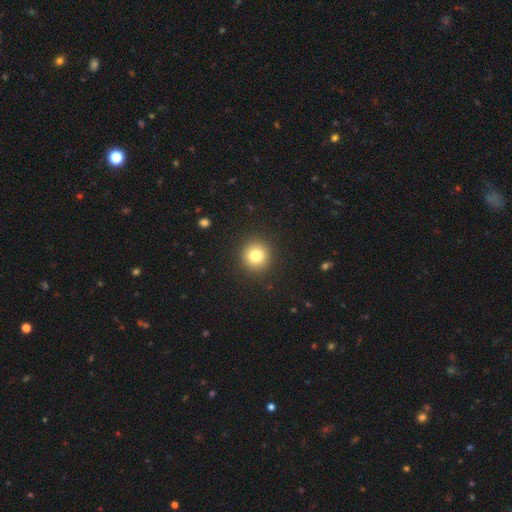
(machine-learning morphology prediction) smooth_or_featured: smooth (p=0.80) [alt: star or artifact p=0.11]
how_rounded: round (p=0.94) [alt: in between p=0.05]
merging: none (p=0.92) [alt: minor disturbance p=0.05]